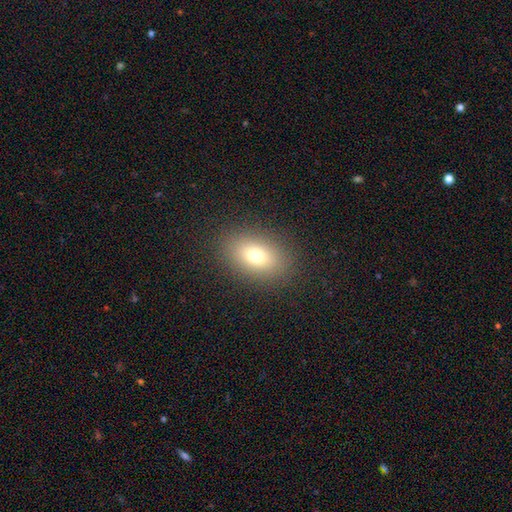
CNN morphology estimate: A smooth galaxy with no disk features (75%) that is in between round and cigar-shaped (81%). Merging: none (88%).